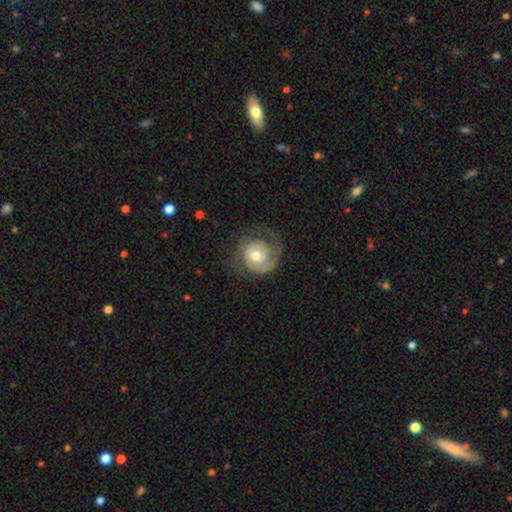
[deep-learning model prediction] Smooth or featured? featured or disk (70%)
Edge-on disk? no (98%)
Bar? no (74%)
Spiral arms? yes (88%)
Spiral winding? tight (53%)
Spiral arm count? 1 (49%)
Bulge size? moderate (66%)
Merging? none (59%)